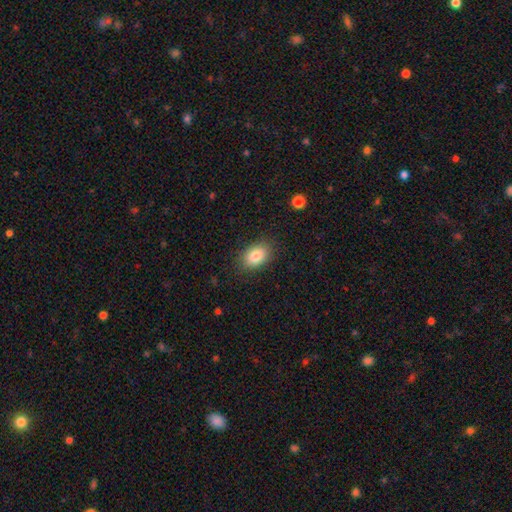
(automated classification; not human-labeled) Smooth or featured? smooth (84%)
How rounded? in between (86%)
Merging? none (86%)